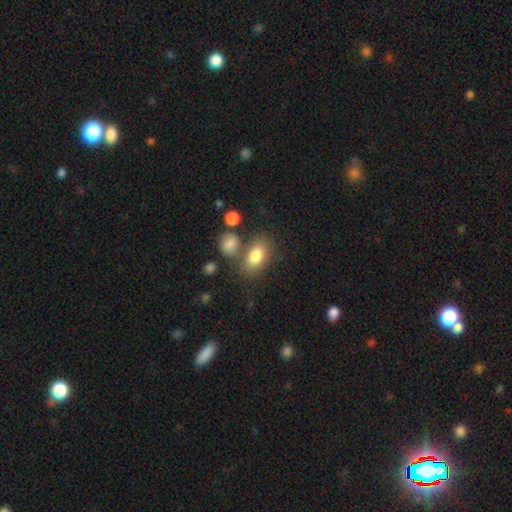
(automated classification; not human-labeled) The model was most divided on "merging": none: 65%, merger: 15%, minor disturbance: 15%, major disturbance: 6%. More confident: how rounded — in between (87%); smooth or featured — smooth (82%).